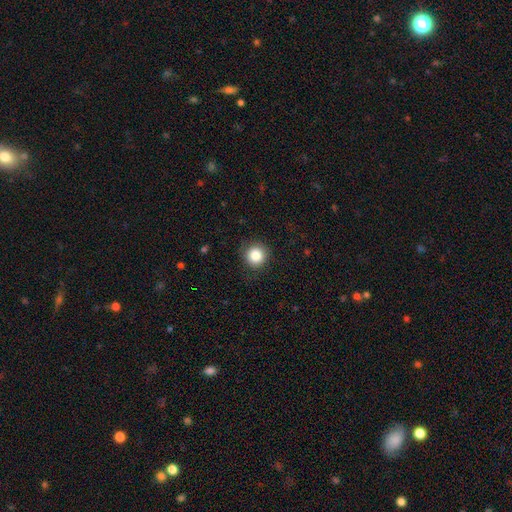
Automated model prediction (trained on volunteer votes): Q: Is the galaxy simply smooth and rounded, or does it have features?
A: smooth — 84%.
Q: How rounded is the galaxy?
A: round — 93%.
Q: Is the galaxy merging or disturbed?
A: none — 88%.